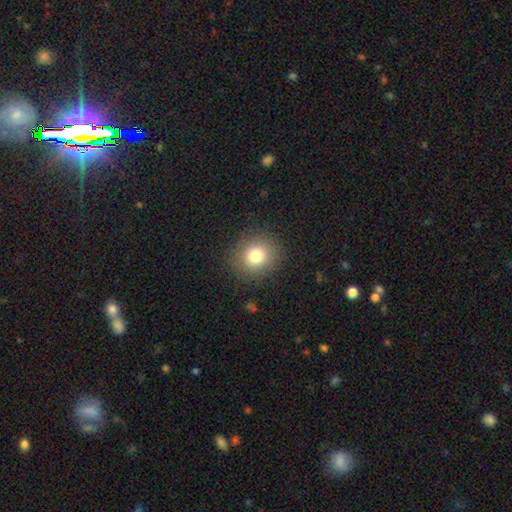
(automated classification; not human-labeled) Smooth or featured: smooth — 79% (star or artifact — 12%)
How rounded: round — 84% (in between — 15%)
Merging: none — 88% (minor disturbance — 7%)